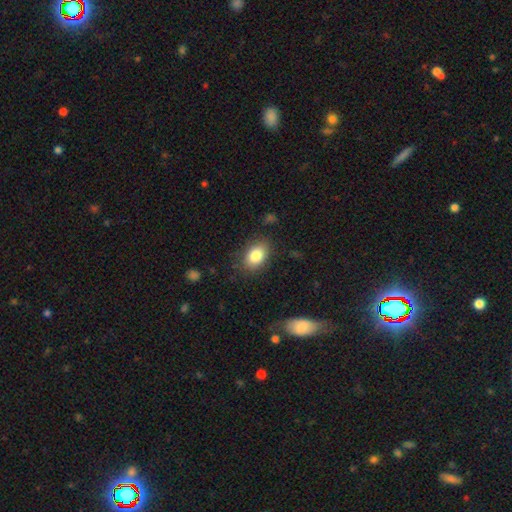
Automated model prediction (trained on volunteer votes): Morphology: type=smooth (83%); roundness=in between (82%); merging=none (82%).